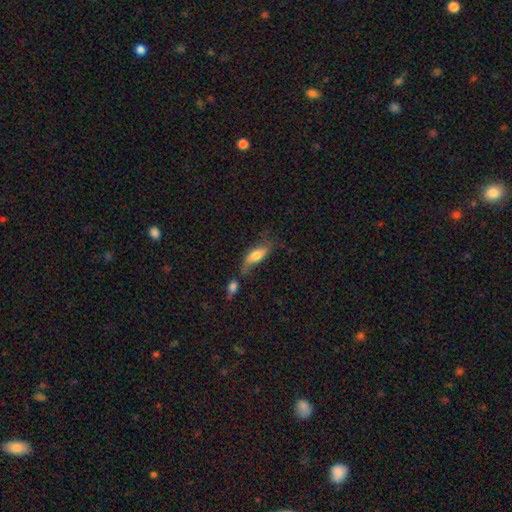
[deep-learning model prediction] The model was most divided on "merging": none: 36%, merger: 26%, minor disturbance: 22%, major disturbance: 15%. More confident: how rounded — in between (70%); smooth or featured — smooth (63%).